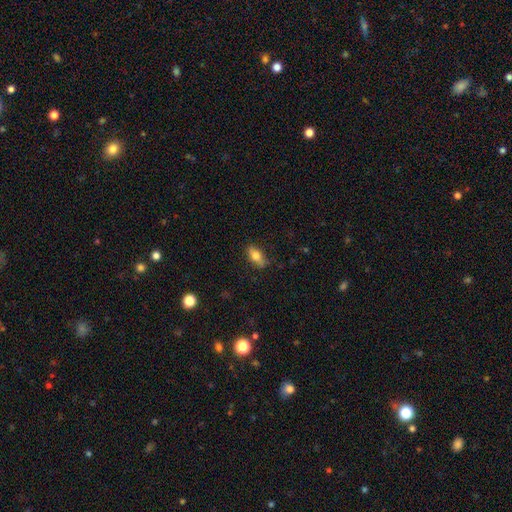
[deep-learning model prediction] A smooth galaxy with no disk features (71%) that is in between round and cigar-shaped (79%).

Vote fractions:
- Smooth or featured? smooth: 71% / featured or disk: 21% / star or artifact: 8%
- How rounded? in between: 79% / cigar-shaped: 16% / round: 5%
- Merging? none: 78% / minor disturbance: 17% / major disturbance: 4% / merger: 1%